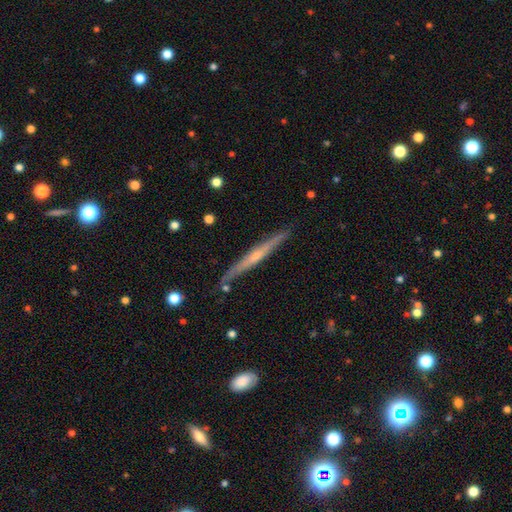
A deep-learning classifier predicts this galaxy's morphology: Smooth or featured? Predicted: featured or disk (p=0.70). Edge-on disk? Predicted: yes (p=0.97). Edge-on bulge? Predicted: rounded (p=0.59). Merging? Predicted: none (p=0.86).